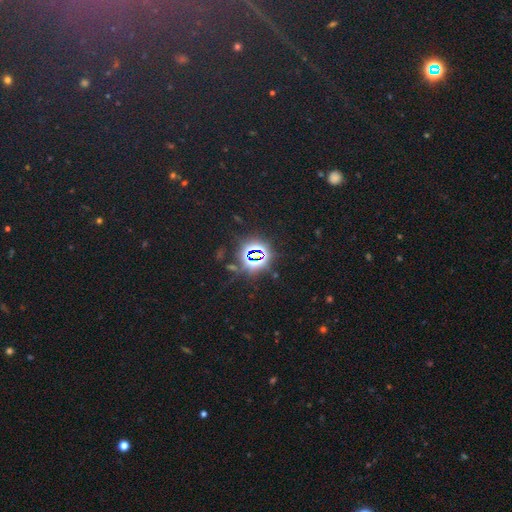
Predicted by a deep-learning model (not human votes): The model was most divided on "smooth or featured": star or artifact: 79%, smooth: 13%, featured or disk: 8%.